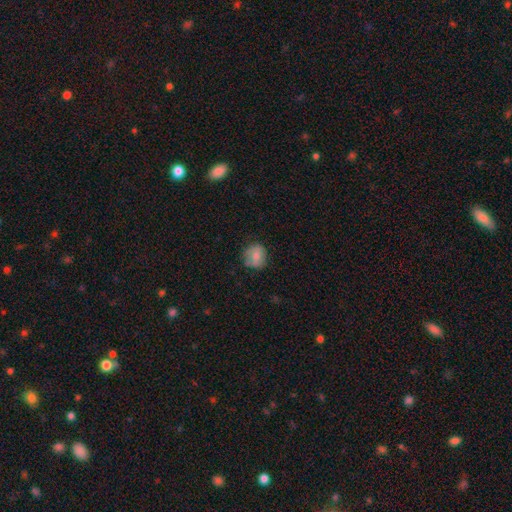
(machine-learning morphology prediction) This is likely a smooth galaxy (73%). How rounded: likely round (77%). Merging: likely none (69%).